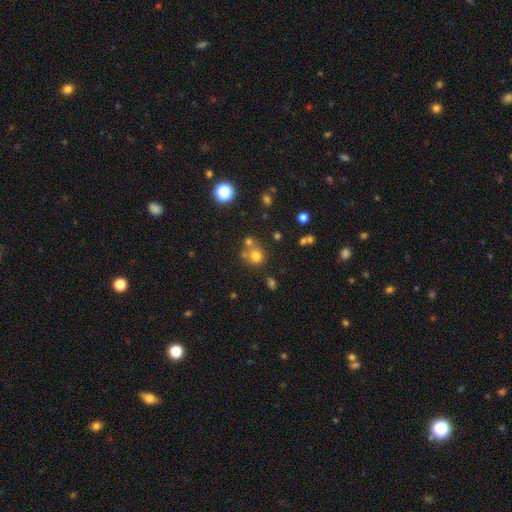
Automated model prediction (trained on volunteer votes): A smooth galaxy with no disk features (71%) that is round (85%).

Vote fractions:
- Smooth or featured? smooth: 71% / star or artifact: 19% / featured or disk: 11%
- How rounded? round: 85% / in between: 14% / cigar-shaped: 1%
- Merging? none: 57% / merger: 28% / minor disturbance: 10% / major disturbance: 5%